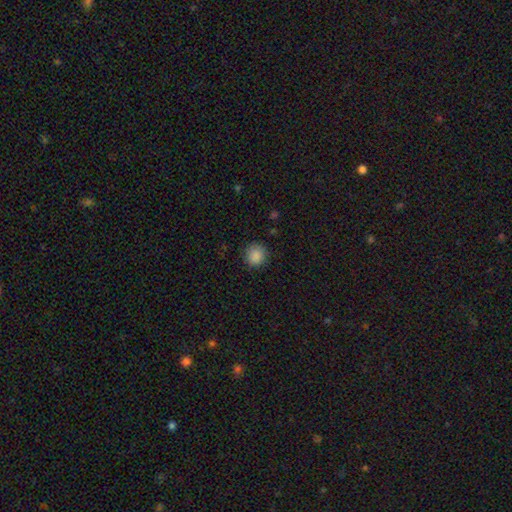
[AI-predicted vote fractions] Q: Smooth or featured?
A: smooth (87%); runner-up: star or artifact (10%)
Q: How rounded?
A: round (91%); runner-up: in between (8%)
Q: Merging?
A: none (86%); runner-up: minor disturbance (10%)